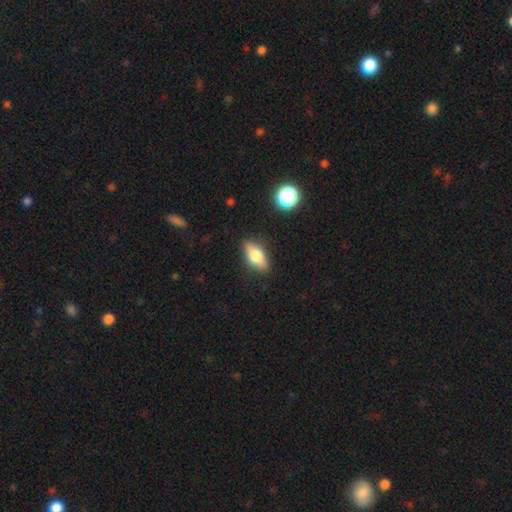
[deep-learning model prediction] The model was most divided on "smooth or featured": smooth: 65%, featured or disk: 27%, star or artifact: 8%. More confident: merging — none (85%); how rounded — in between (80%).